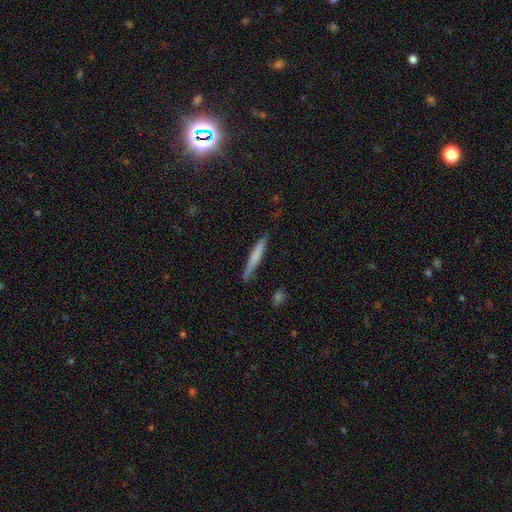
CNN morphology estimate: type=smooth (67%); roundness=cigar-shaped (95%); merging=none (83%).